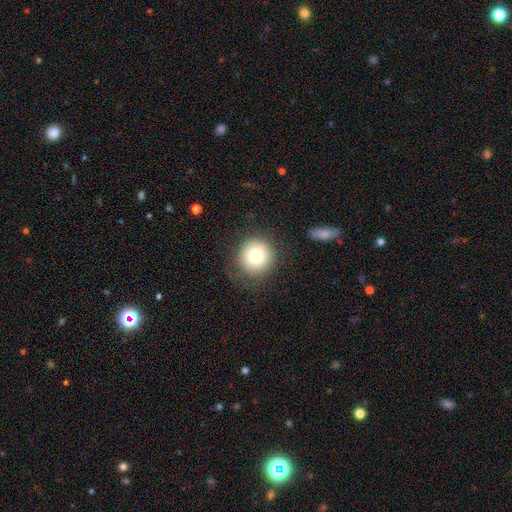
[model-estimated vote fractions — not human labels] A smooth galaxy with no disk features (79%) that is round (94%).

Vote fractions:
- Smooth or featured? smooth: 79% / featured or disk: 11% / star or artifact: 10%
- How rounded? round: 94% / in between: 5% / cigar-shaped: 1%
- Merging? none: 82% / minor disturbance: 12% / major disturbance: 5% / merger: 2%